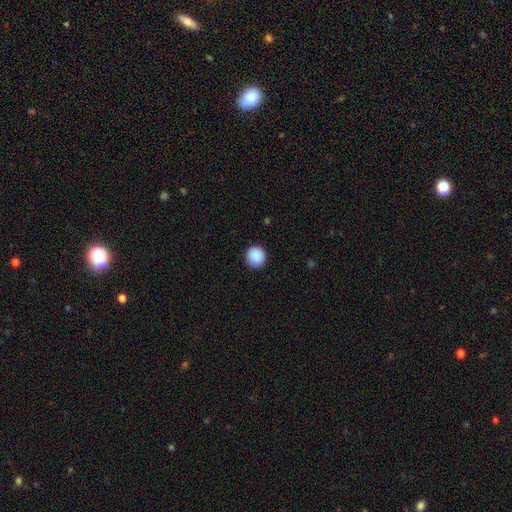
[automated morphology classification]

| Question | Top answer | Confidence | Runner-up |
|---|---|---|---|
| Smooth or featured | smooth | 90% | star or artifact (8%) |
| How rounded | round | 93% | in between (6%) |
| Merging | none | 92% | minor disturbance (6%) |